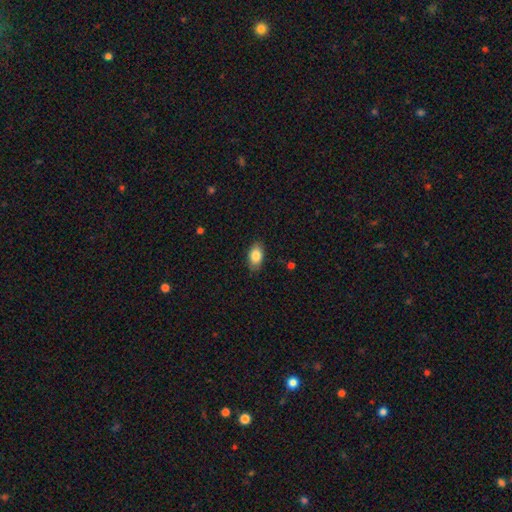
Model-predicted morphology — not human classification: A smooth galaxy with no disk features (85%) that is in between round and cigar-shaped (91%). Merging: none (85%).